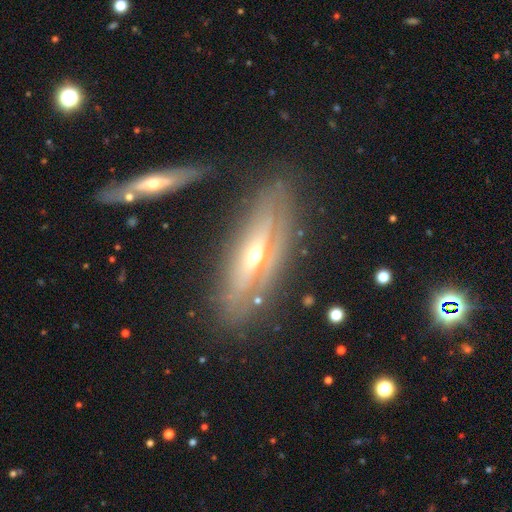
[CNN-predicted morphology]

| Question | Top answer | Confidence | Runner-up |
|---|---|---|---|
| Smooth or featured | featured or disk | 75% | smooth (17%) |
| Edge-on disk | yes | 72% | no (28%) |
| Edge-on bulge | rounded | 87% | none (10%) |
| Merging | none | 77% | minor disturbance (14%) |